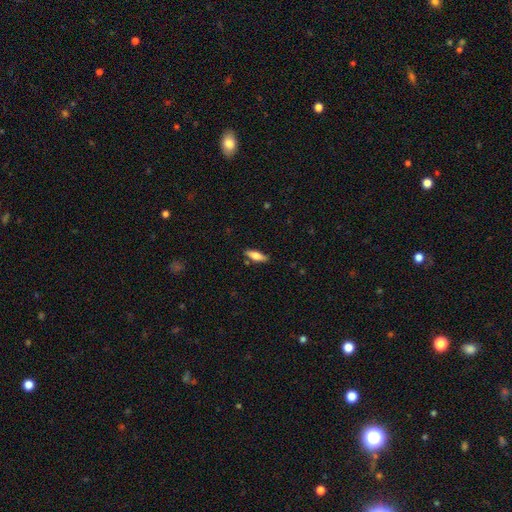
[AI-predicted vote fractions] A smooth galaxy with no disk features (69%) that is in between round and cigar-shaped (54%).

Vote fractions:
- Smooth or featured? smooth: 69% / featured or disk: 25% / star or artifact: 6%
- How rounded? in between: 54% / cigar-shaped: 44% / round: 2%
- Merging? none: 84% / minor disturbance: 12% / merger: 2% / major disturbance: 2%